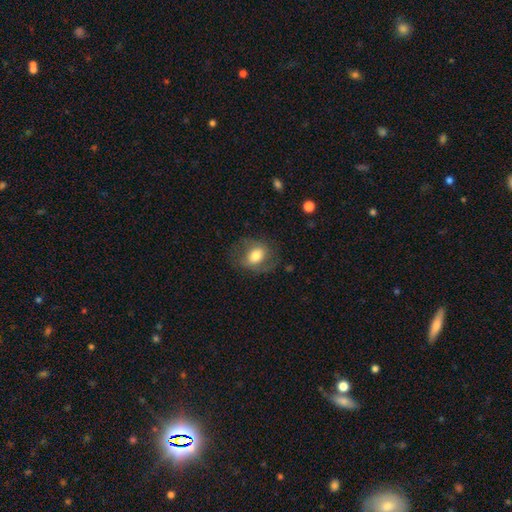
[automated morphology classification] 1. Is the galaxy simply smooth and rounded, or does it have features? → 60% smooth, 33% featured or disk, 8% star or artifact.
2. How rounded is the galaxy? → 61% in between, 38% round, 1% cigar-shaped.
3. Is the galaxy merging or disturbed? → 65% none, 20% minor disturbance, 14% major disturbance, 1% merger.